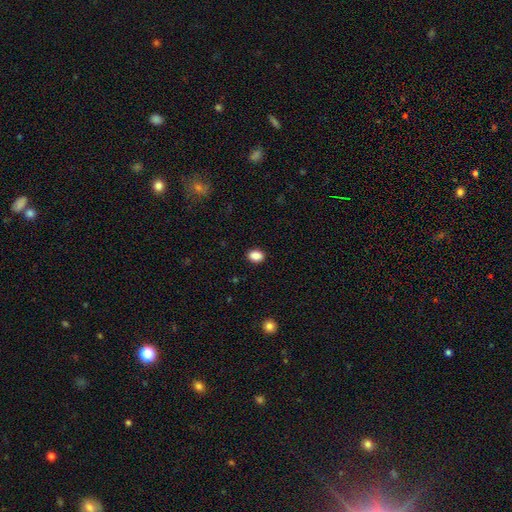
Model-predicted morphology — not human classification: Overall: smooth (88%). How rounded: in between (70%). Merging: none (90%).